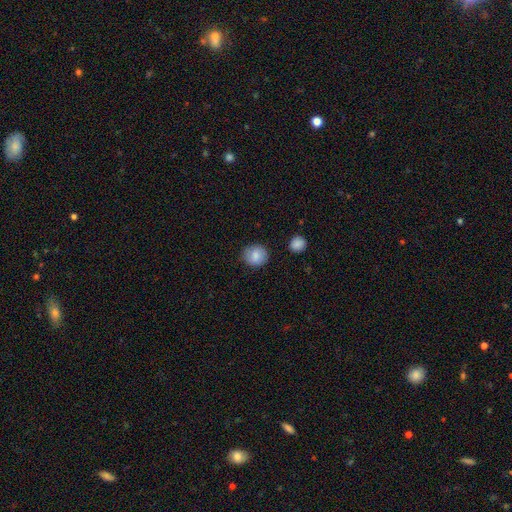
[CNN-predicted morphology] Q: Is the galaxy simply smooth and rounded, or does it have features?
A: smooth — 85%.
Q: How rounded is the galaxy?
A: round — 88%.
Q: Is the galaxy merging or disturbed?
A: none — 85%.